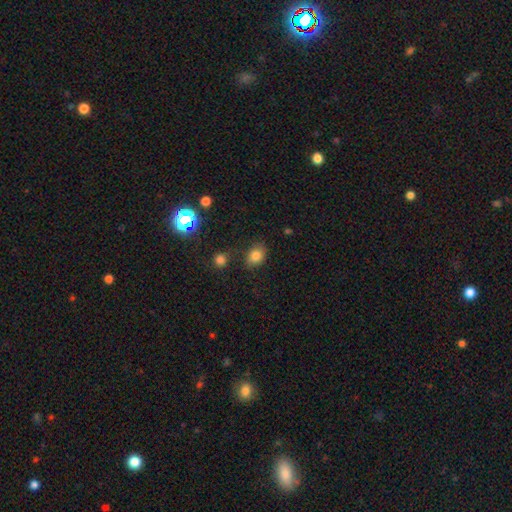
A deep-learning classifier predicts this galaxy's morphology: smooth 79%, star or artifact 14%, featured or disk 7%. Down the decision tree: how rounded — in between (65%); merging — none (76%).